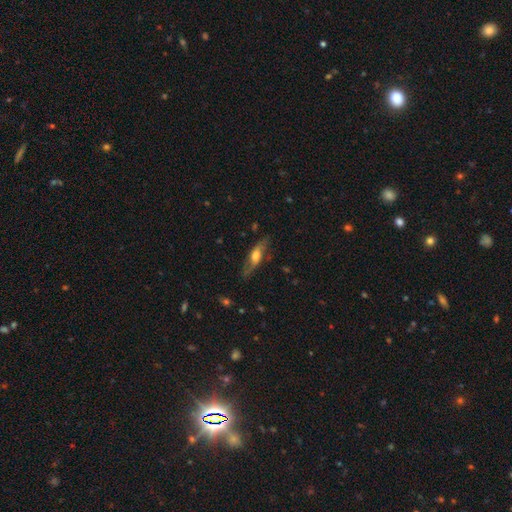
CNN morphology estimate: Overall: featured or disk (54%; smooth 40%). Edge-on disk: yes (50%, tied with no). Merging: none (73%).